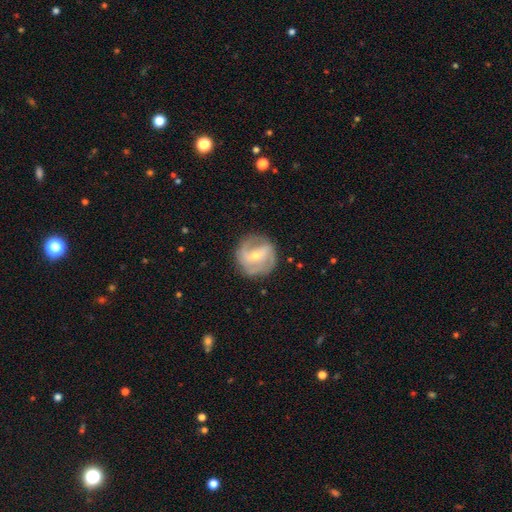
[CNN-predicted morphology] The model was most divided on "spiral winding": medium: 44%, tight: 37%, loose: 19%. Remaining: edge-on disk — no (97%); spiral arms — yes (91%); merging — none (82%); smooth or featured — featured or disk (81%); spiral arm count — 2 (59%); bulge size — small (53%); bar — weak (43%).